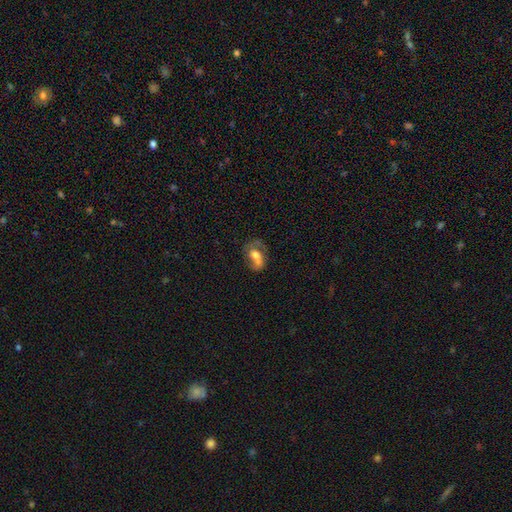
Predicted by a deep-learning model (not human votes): Smooth or featured? featured or disk (56%)
Edge-on disk? no (95%)
Bar? no (53%)
Spiral arms? yes (72%)
Bulge size? moderate (51%)
Merging? none (48%)